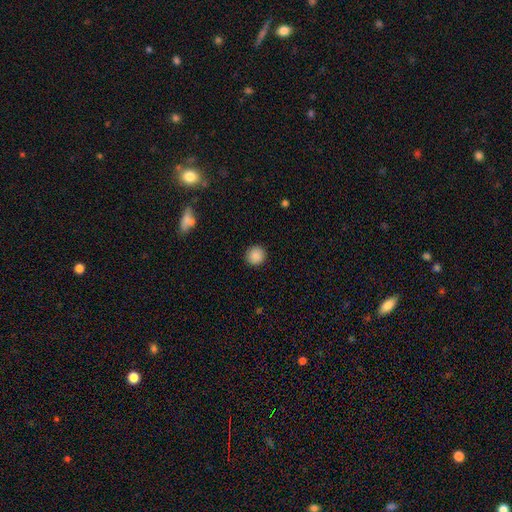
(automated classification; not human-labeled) Smooth or featured: smooth — 88% (star or artifact — 9%)
How rounded: round — 92% (in between — 7%)
Merging: none — 92% (minor disturbance — 5%)